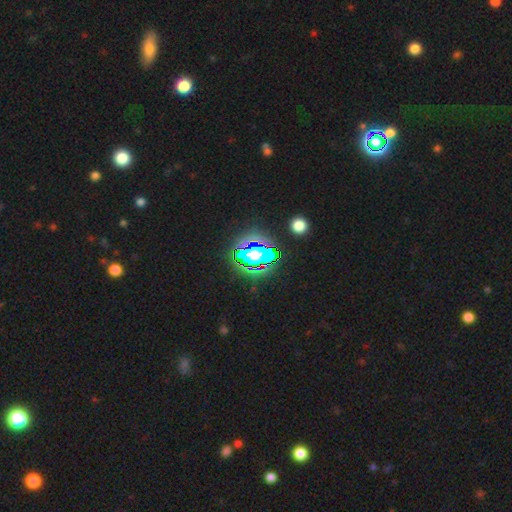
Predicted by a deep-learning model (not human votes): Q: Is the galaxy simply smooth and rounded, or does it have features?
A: star or artifact — 79%.